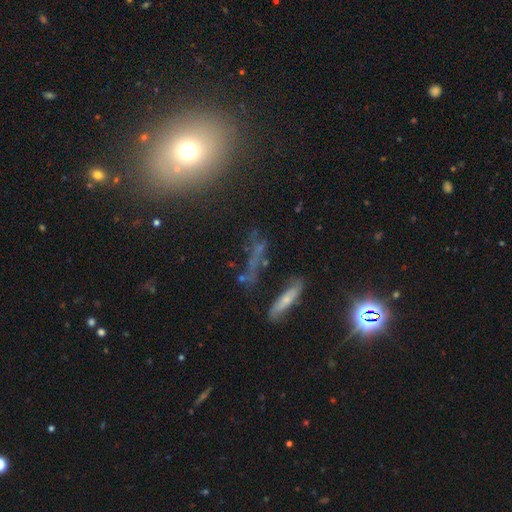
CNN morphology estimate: smooth-or-featured: star or artifact: 36% | smooth: 35% | featured or disk: 29%